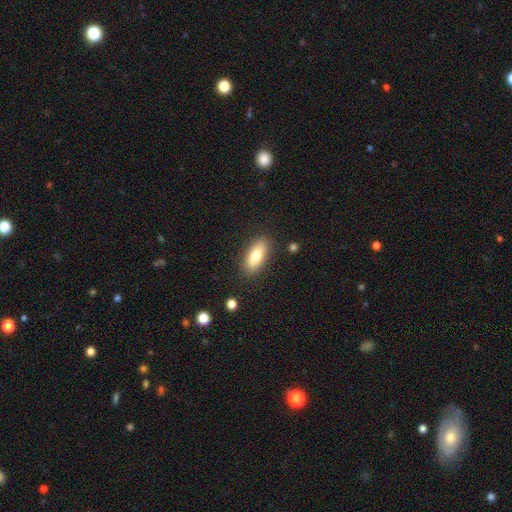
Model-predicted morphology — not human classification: The model was most divided on "how rounded": in between: 74%, cigar-shaped: 24%, round: 3%. More confident: merging — none (86%); smooth or featured — smooth (78%).